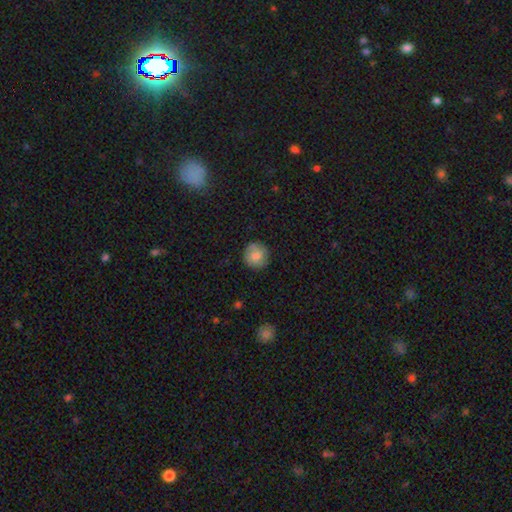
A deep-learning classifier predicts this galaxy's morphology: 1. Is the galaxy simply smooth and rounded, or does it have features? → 79% smooth, 13% featured or disk, 8% star or artifact.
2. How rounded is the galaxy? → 92% round, 7% in between, 1% cigar-shaped.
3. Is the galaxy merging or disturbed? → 82% none, 14% minor disturbance, 3% major disturbance, 1% merger.